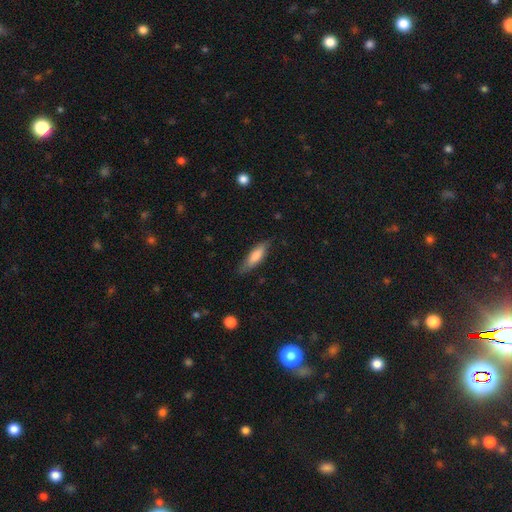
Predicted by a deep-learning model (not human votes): Q: Smooth or featured?
A: smooth (74%); runner-up: featured or disk (20%)
Q: How rounded?
A: cigar-shaped (58%); runner-up: in between (40%)
Q: Merging?
A: none (78%); runner-up: minor disturbance (18%)